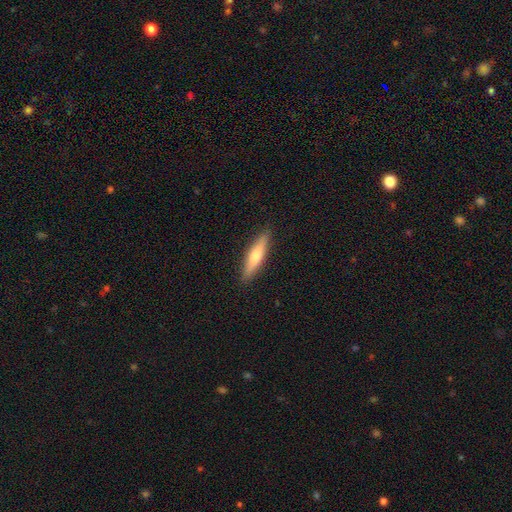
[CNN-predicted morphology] smooth-or-featured: smooth: 61% | featured or disk: 34% | star or artifact: 6%
  how-rounded: cigar-shaped: 81% | in between: 18% | round: 2%
  merging: none: 90% | minor disturbance: 7% | major disturbance: 2% | merger: 1%